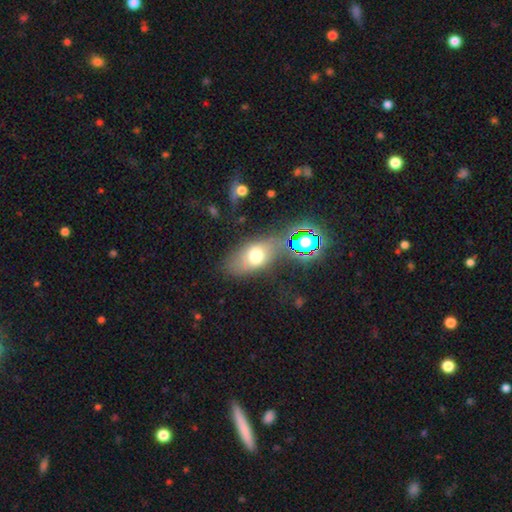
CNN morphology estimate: Smooth or featured: smooth — 63% (featured or disk — 22%)
How rounded: in between — 82% (round — 13%)
Merging: none — 61% (minor disturbance — 20%)